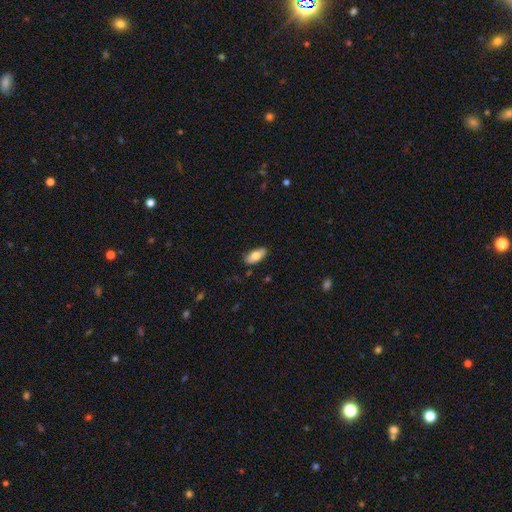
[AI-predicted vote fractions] Smooth or featured?
  - smooth: 75% *
  - featured or disk: 19%
  - star or artifact: 6%
How rounded?
  - in between: 89% *
  - cigar-shaped: 8%
  - round: 3%
Merging?
  - none: 80% *
  - minor disturbance: 16%
  - major disturbance: 3%
  - merger: 1%